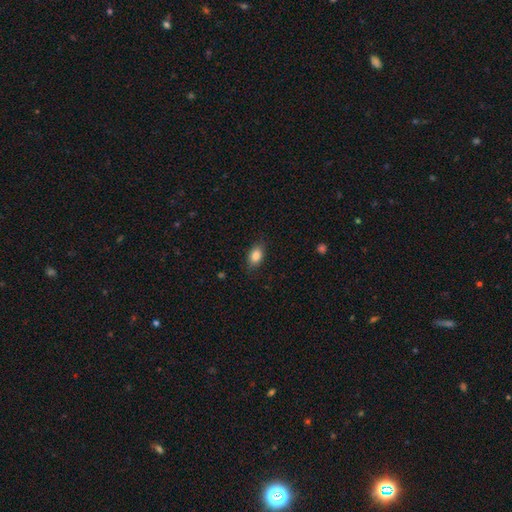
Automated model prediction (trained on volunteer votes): This is clearly a smooth galaxy (86%). How rounded: clearly in between (84%). Merging: clearly none (83%).